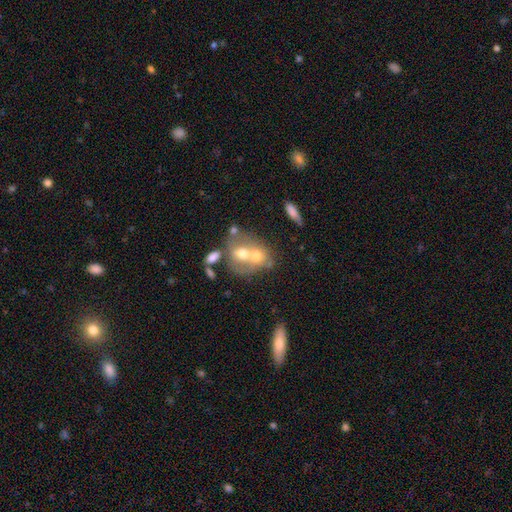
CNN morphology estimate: Smooth or featured? smooth (56%)
How rounded? round (52%)
Merging? merger (68%)